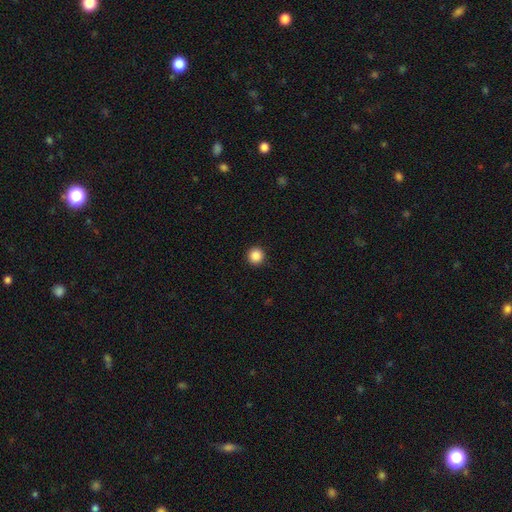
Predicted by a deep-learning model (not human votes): Q: Smooth or featured?
A: smooth (87%); runner-up: star or artifact (10%)
Q: How rounded?
A: round (96%); runner-up: in between (3%)
Q: Merging?
A: none (93%); runner-up: minor disturbance (4%)